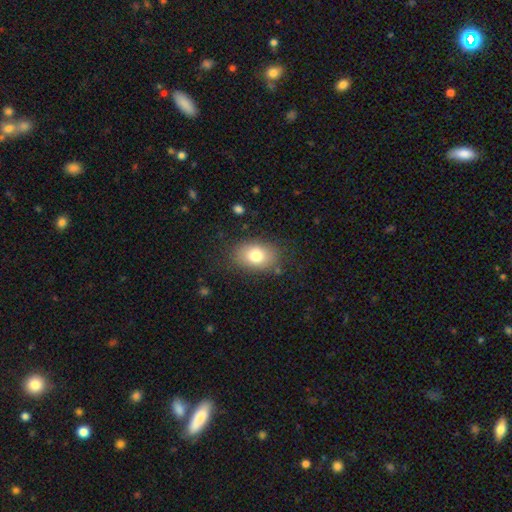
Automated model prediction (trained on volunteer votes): Smooth or featured? Predicted: smooth (p=0.79). How rounded? Predicted: in between (p=0.79). Merging? Predicted: none (p=0.80).